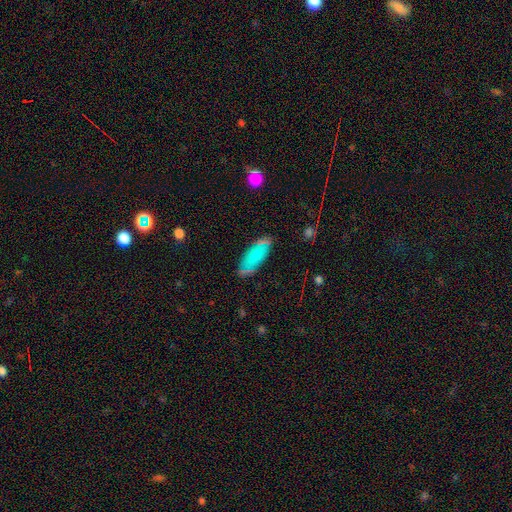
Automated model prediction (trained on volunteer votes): Morphology: type=smooth (71%); roundness=in between (79%); merging=none (73%).